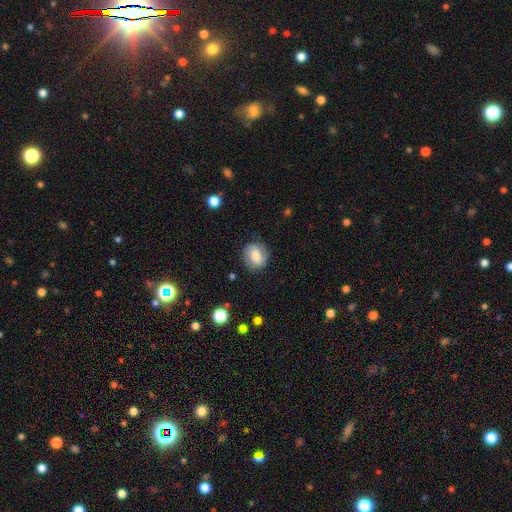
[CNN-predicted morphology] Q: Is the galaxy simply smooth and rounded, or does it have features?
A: smooth — 73%.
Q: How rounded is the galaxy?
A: round — 68%.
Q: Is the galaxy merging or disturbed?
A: none — 81%.